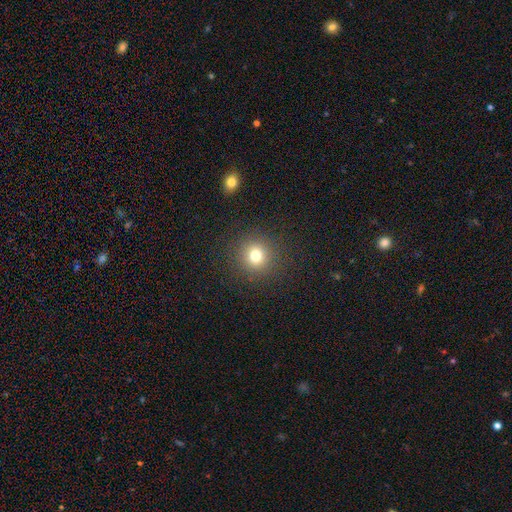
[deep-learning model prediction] Smooth or featured?
  - smooth: 76% *
  - star or artifact: 15%
  - featured or disk: 9%
How rounded?
  - round: 92% *
  - in between: 7%
  - cigar-shaped: 1%
Merging?
  - none: 89% *
  - minor disturbance: 6%
  - major disturbance: 3%
  - merger: 1%